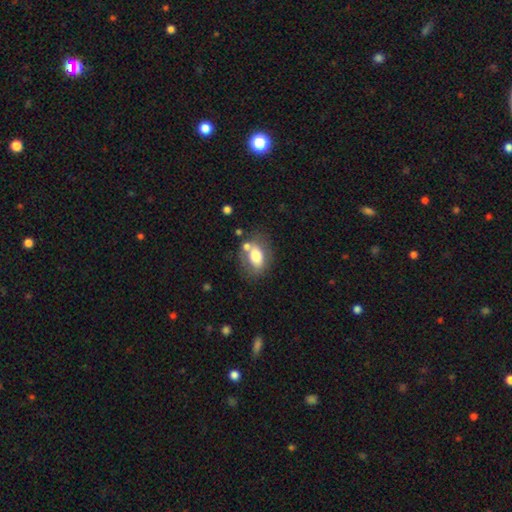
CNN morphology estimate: smooth_or_featured: smooth (p=0.68) [alt: featured or disk p=0.23]
how_rounded: in between (p=0.79) [alt: round p=0.19]
merging: none (p=0.57) [alt: minor disturbance p=0.19]